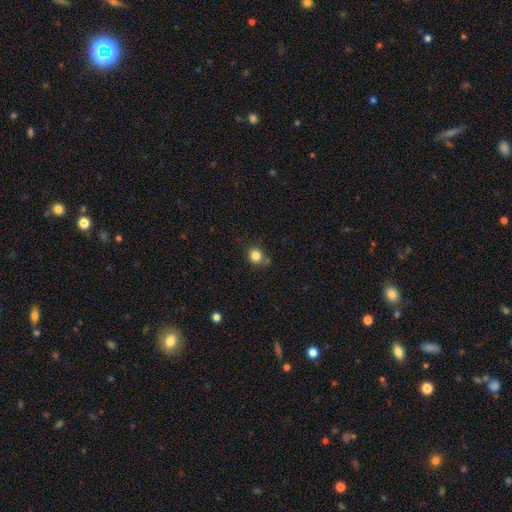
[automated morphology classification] smooth-or-featured: smooth: 83% | star or artifact: 12% | featured or disk: 6%
  how-rounded: round: 82% | in between: 17% | cigar-shaped: 1%
  merging: none: 74% | minor disturbance: 16% | merger: 5% | major disturbance: 4%